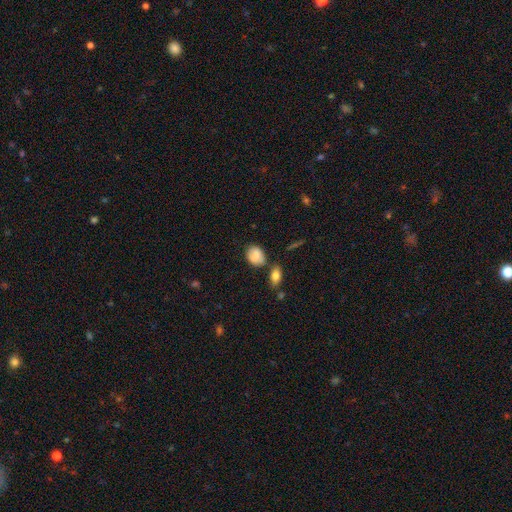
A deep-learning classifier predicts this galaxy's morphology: Smooth or featured?
  - smooth: 81% *
  - featured or disk: 11%
  - star or artifact: 8%
How rounded?
  - in between: 53% *
  - round: 45%
  - cigar-shaped: 2%
Merging?
  - none: 63% *
  - minor disturbance: 21%
  - merger: 11%
  - major disturbance: 5%